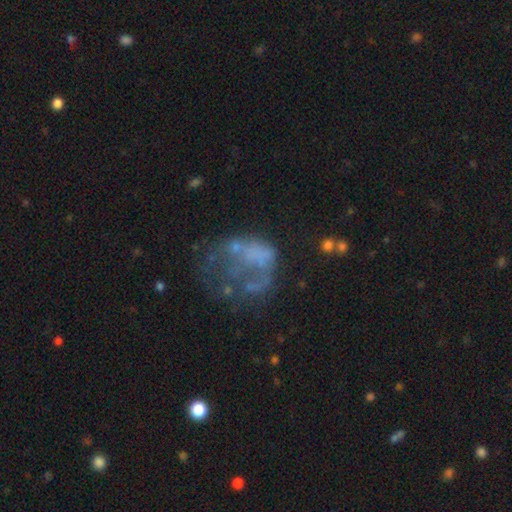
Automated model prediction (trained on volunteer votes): featured or disk 53%, smooth 30%, star or artifact 17%. Down the decision tree: edge-on disk — no (98%); bar — no (92%); spiral arms — no (91%); bulge size — none (79%); merging — major disturbance (43%).